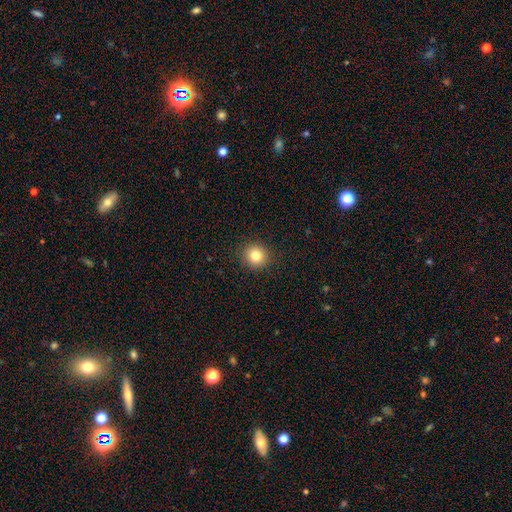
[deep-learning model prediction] Q: Smooth or featured?
A: smooth (83%); runner-up: star or artifact (11%)
Q: How rounded?
A: round (92%); runner-up: in between (7%)
Q: Merging?
A: none (92%); runner-up: minor disturbance (5%)